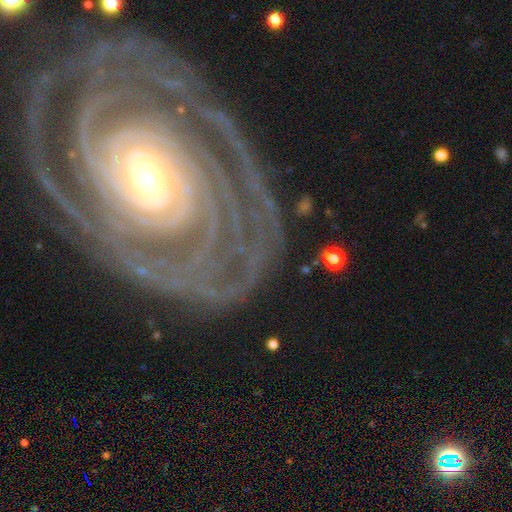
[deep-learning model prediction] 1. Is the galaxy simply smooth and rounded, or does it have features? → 89% featured or disk, 6% star or artifact, 5% smooth.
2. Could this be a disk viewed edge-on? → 96% no, 4% yes.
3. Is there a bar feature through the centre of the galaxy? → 52% no, 26% weak, 22% strong.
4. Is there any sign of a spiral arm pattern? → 97% yes, 3% no.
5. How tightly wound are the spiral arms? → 85% tight, 12% medium, 2% loose.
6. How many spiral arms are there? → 22% can't tell, 19% more than 4, 18% 4, 17% 3, 16% 2, 9% 1.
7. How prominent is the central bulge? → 53% moderate, 39% small, 5% large, 1% dominant, 1% none.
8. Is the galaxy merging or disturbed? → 78% none, 13% minor disturbance, 7% major disturbance, 2% merger.